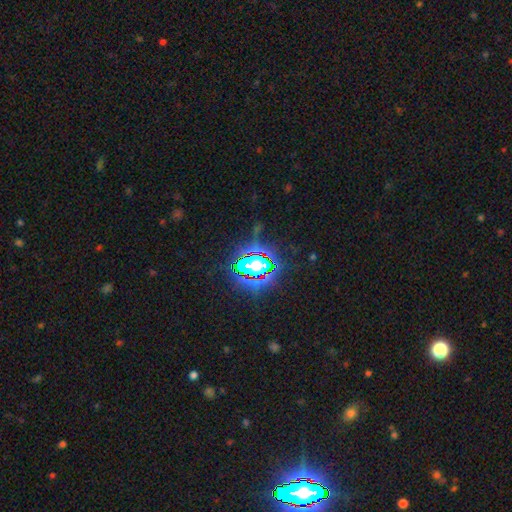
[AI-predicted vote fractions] Smooth or featured? star or artifact (83%)